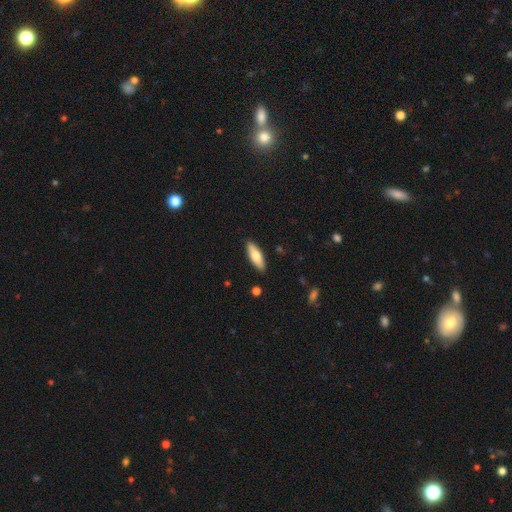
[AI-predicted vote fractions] A smooth galaxy with no disk features (71%) that is in between round and cigar-shaped (54%). Merging: none (89%).